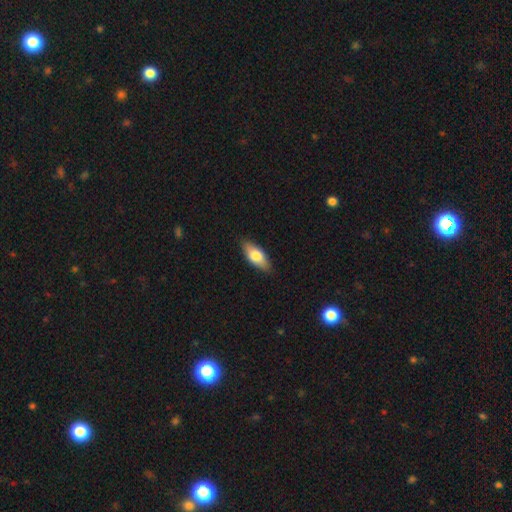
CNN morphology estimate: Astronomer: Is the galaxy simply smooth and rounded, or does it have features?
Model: smooth — 73%.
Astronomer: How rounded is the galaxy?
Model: in between — 83%.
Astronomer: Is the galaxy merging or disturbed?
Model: none — 86%.